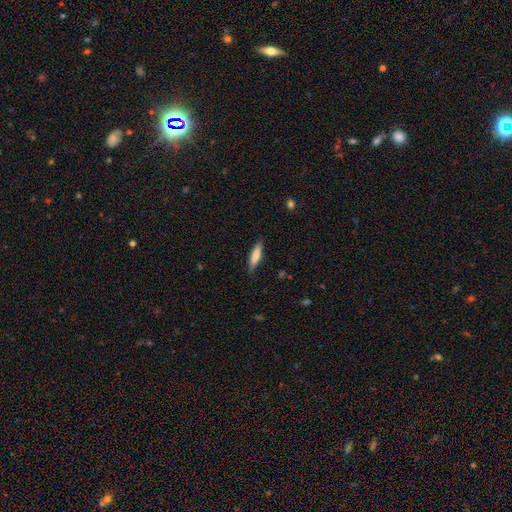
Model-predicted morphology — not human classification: Smooth or featured? Predicted: smooth (p=0.76). How rounded? Predicted: cigar-shaped (p=0.70). Merging? Predicted: none (p=0.84).